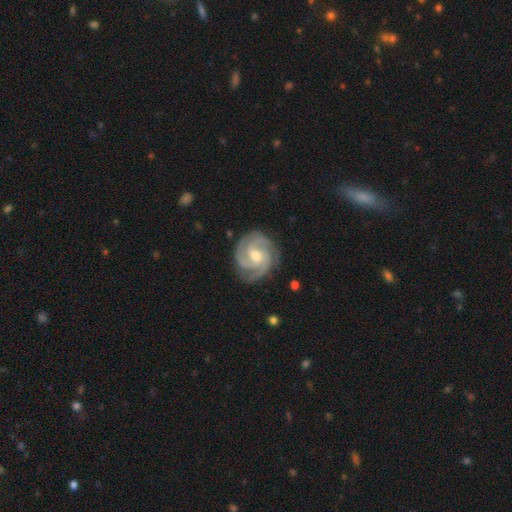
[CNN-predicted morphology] A featured or disk galaxy (93%) with no bar (44%, tied with weak), 3 (65%) tight (67%) spiral arms (99%) and a moderate central bulge (63%).

Vote fractions:
- Smooth or featured? featured or disk: 93% / smooth: 4% / star or artifact: 4%
- Edge-on disk? no: 98% / yes: 2%
- Bar? no: 44% (tied) / weak: 44% (tied) / strong: 12%
- Spiral arms? yes: 99% / no: 1%
- Spiral winding? tight: 67% / medium: 30% / loose: 3%
- Spiral arm count? 3: 65% / 4: 14% / 2: 9% / can't tell: 5% / more than 4: 4% / 1: 4%
- Bulge size? moderate: 63% / small: 33% / large: 2% / none: 1% / dominant: 1%
- Merging? none: 84% / minor disturbance: 12% / major disturbance: 3% / merger: 1%